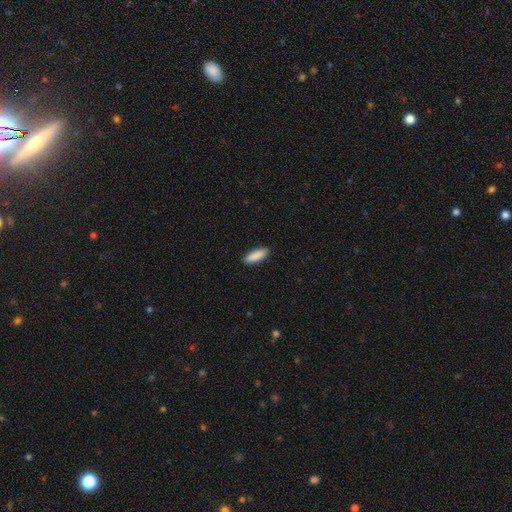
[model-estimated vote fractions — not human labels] Smooth or featured?
  - smooth: 90% *
  - star or artifact: 6%
  - featured or disk: 4%
How rounded?
  - in between: 55% *
  - cigar-shaped: 43%
  - round: 2%
Merging?
  - none: 90% *
  - minor disturbance: 7%
  - major disturbance: 2%
  - merger: 1%